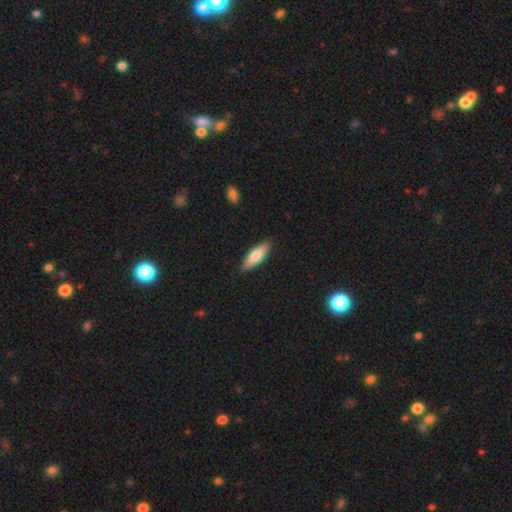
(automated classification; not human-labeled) Smooth or featured? smooth (72%)
How rounded? cigar-shaped (56%)
Merging? none (87%)